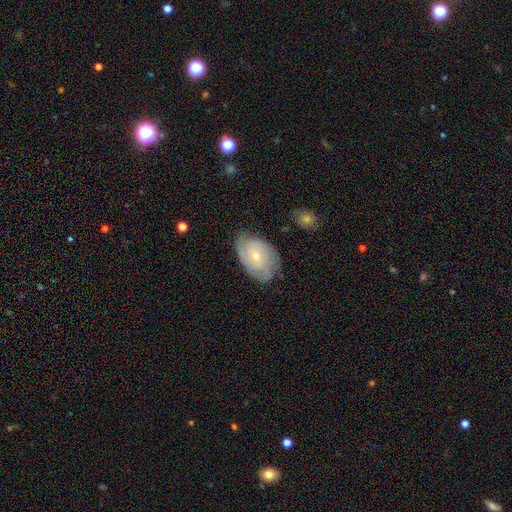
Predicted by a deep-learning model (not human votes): Q: Smooth or featured?
A: featured or disk (66%); runner-up: smooth (27%)
Q: Edge-on disk?
A: no (96%); runner-up: yes (4%)
Q: Bar?
A: no (70%); runner-up: weak (26%)
Q: Spiral arms?
A: yes (87%); runner-up: no (13%)
Q: Spiral winding?
A: tight (57%); runner-up: medium (33%)
Q: Spiral arm count?
A: can't tell (39%); runner-up: 2 (29%)
Q: Bulge size?
A: small (68%); runner-up: moderate (29%)
Q: Merging?
A: none (69%); runner-up: minor disturbance (23%)